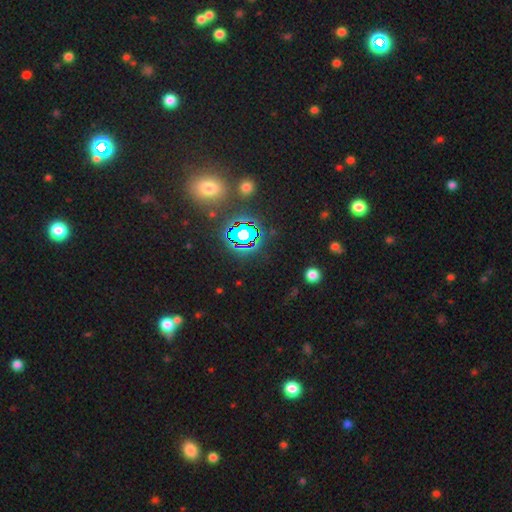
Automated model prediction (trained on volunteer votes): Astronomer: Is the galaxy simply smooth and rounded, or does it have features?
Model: star or artifact — 73%.